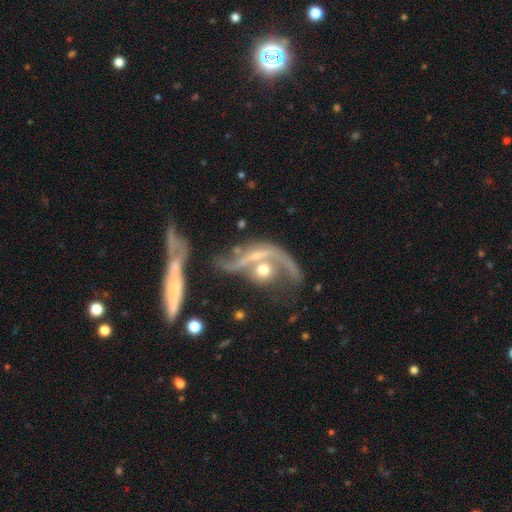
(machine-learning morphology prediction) Smooth or featured? featured or disk (74%)
Edge-on disk? no (88%)
Bar? no (58%)
Spiral arms? yes (74%)
Bulge size? moderate (48%)
Merging? merger (47%)